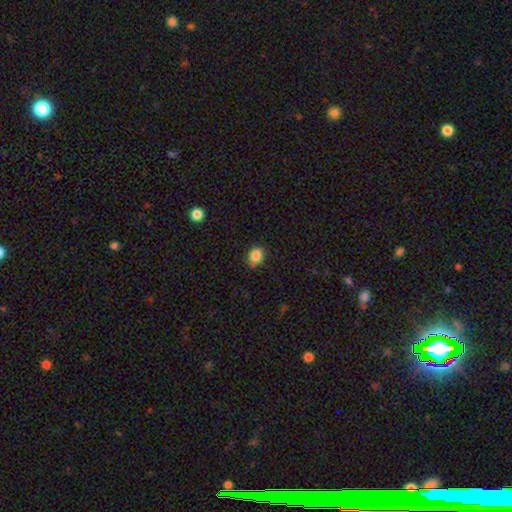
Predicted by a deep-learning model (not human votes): Overall: smooth (85%). How rounded: round (53%; in between 46%). Merging: none (79%).